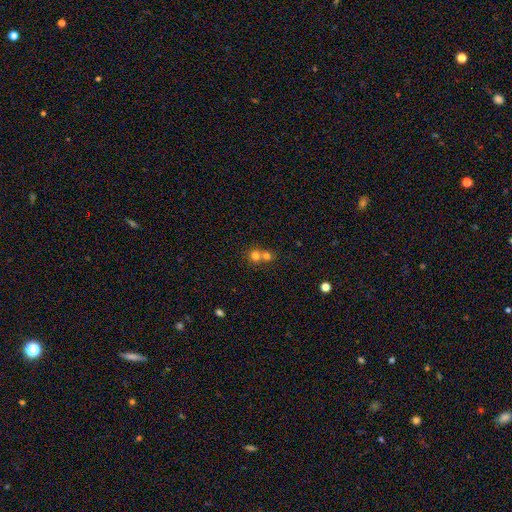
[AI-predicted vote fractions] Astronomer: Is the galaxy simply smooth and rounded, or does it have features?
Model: smooth — 74%.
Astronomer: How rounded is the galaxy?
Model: round — 86%.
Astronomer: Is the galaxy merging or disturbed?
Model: merger — 57% (runner-up: none, 37%).